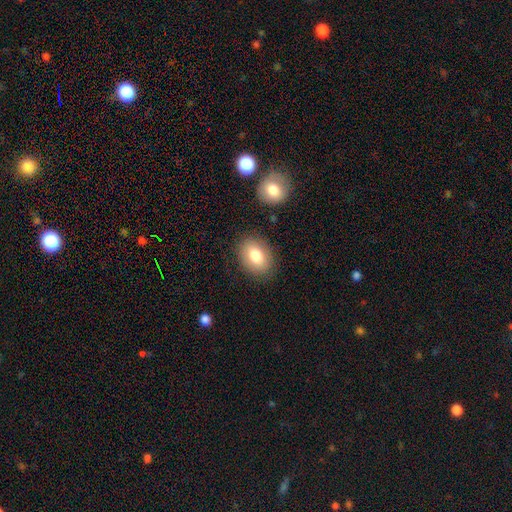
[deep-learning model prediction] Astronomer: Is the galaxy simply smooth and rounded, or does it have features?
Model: smooth — 82%.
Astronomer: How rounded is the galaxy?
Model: in between — 75%.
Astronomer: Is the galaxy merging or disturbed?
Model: none — 84%.